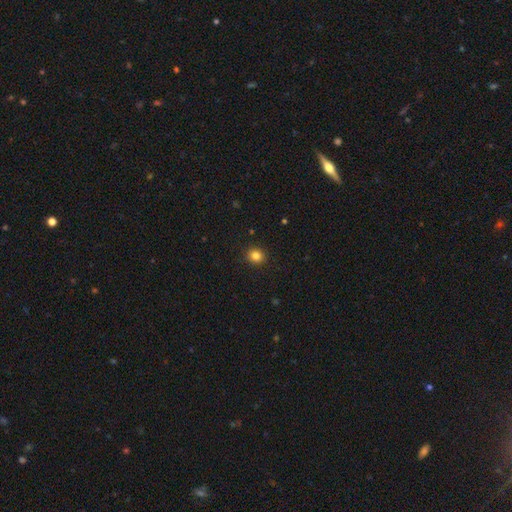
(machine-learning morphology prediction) The model was most divided on "how rounded": round: 82%, in between: 17%, cigar-shaped: 1%. More confident: merging — none (92%); smooth or featured — smooth (83%).